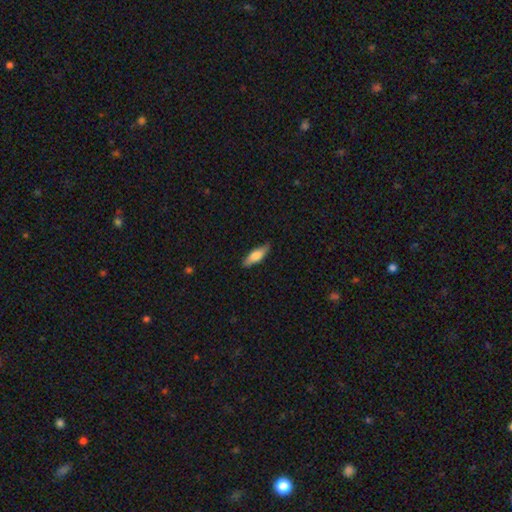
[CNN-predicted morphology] smooth-or-featured: smooth: 71% | featured or disk: 23% | star or artifact: 6%
  how-rounded: in between: 52% | cigar-shaped: 46% | round: 2%
  merging: none: 84% | minor disturbance: 13% | major disturbance: 2% | merger: 1%